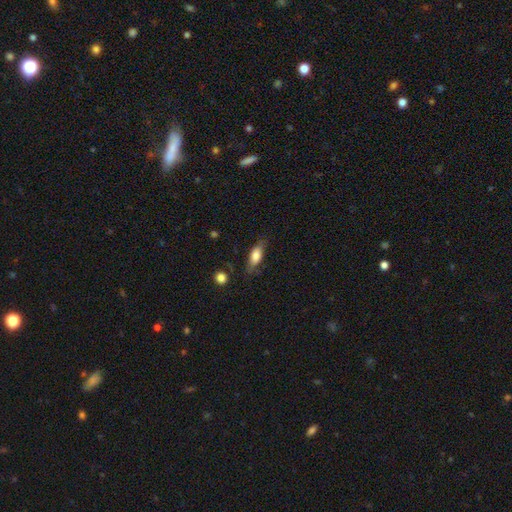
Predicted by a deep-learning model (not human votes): Smooth or featured? smooth (71%)
How rounded? in between (73%)
Merging? none (71%)